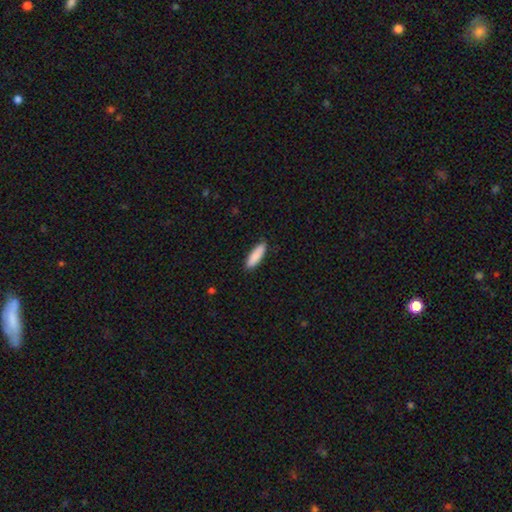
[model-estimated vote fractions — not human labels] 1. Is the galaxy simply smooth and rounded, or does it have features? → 89% smooth, 6% star or artifact, 5% featured or disk.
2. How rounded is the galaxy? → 55% cigar-shaped, 44% in between, 1% round.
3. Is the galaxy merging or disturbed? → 87% none, 10% minor disturbance, 2% major disturbance, 1% merger.